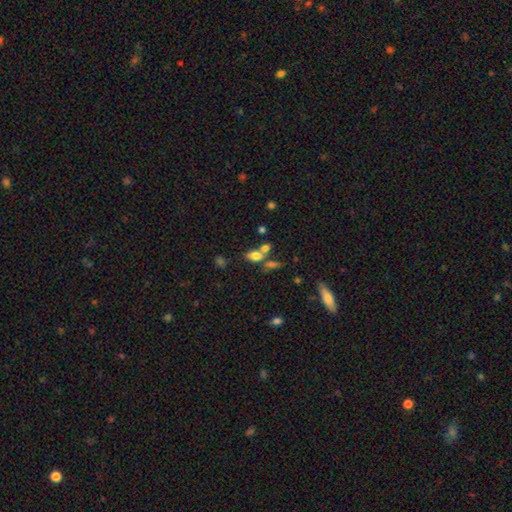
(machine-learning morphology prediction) A smooth galaxy with no disk features (75%) that is in between round and cigar-shaped (83%). Merging: none (45%).